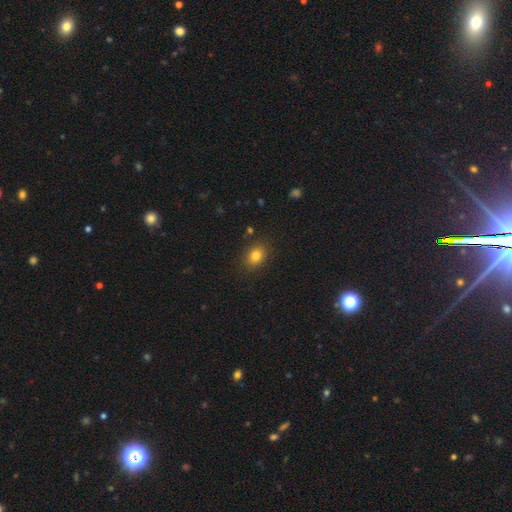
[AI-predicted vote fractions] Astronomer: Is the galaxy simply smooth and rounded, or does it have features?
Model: smooth — 83%.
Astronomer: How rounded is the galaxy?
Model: in between — 56% (runner-up: round, 42%).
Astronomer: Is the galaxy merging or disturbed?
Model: none — 86%.